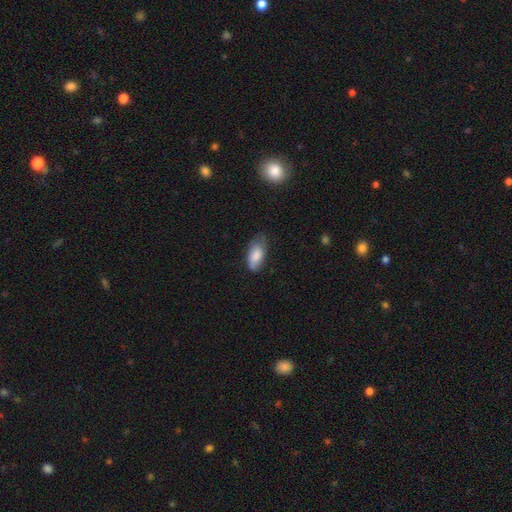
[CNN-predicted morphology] The model was most divided on "merging": none: 55%, minor disturbance: 35%, major disturbance: 9%, merger: 2%. More confident: how rounded — in between (89%); smooth or featured — smooth (82%).